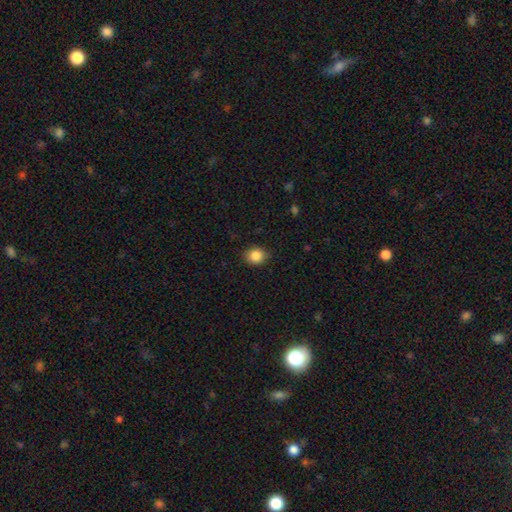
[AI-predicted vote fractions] A smooth galaxy with no disk features (86%) that is round (65%).

Vote fractions:
- Smooth or featured? smooth: 86% / star or artifact: 9% / featured or disk: 5%
- How rounded? round: 65% / in between: 34% / cigar-shaped: 1%
- Merging? none: 85% / minor disturbance: 11% / major disturbance: 2% / merger: 1%